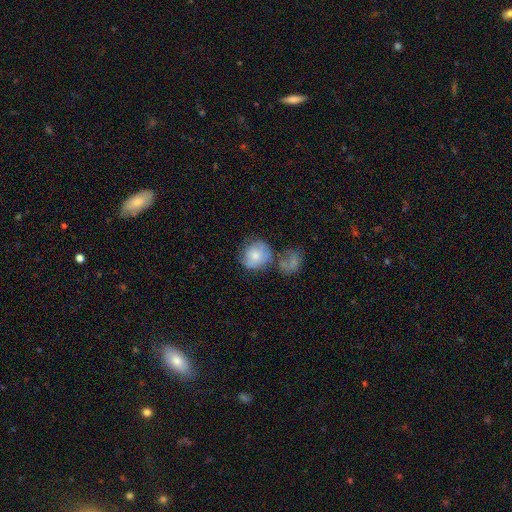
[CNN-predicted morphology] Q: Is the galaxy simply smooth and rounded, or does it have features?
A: smooth — 68%.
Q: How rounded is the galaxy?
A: round — 78%.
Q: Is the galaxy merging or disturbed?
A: none — 41%.